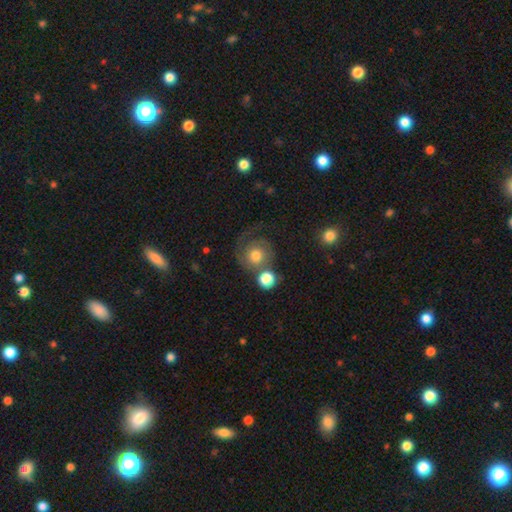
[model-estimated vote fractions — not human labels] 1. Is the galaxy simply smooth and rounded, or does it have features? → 48% smooth, 43% featured or disk, 8% star or artifact.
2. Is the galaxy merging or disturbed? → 44% none, 21% merger, 19% major disturbance, 16% minor disturbance.